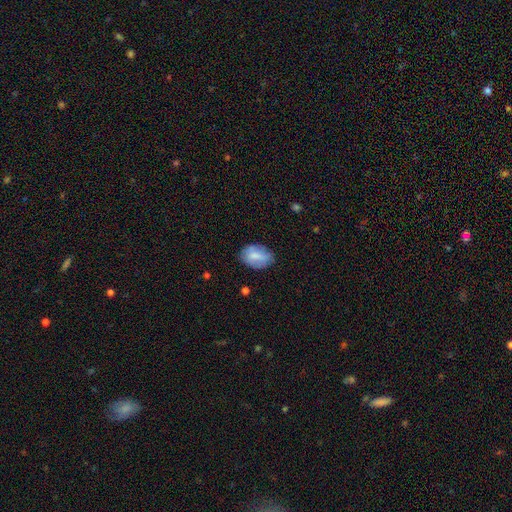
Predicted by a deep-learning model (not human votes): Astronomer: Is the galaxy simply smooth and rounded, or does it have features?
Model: smooth — 76%.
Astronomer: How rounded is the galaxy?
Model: in between — 81%.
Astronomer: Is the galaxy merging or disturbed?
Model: none — 74%.